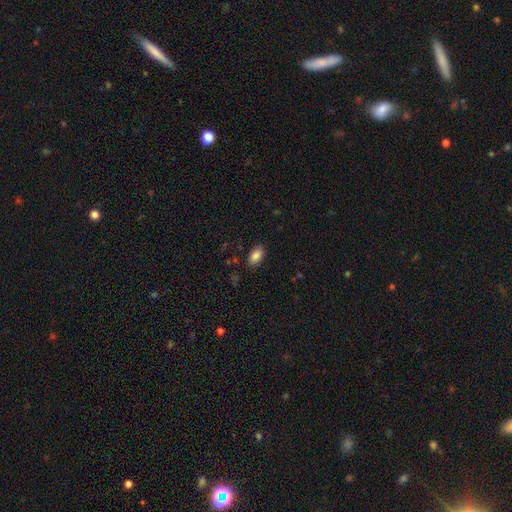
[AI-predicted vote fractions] This appears to be a smooth galaxy with no disk features (86%) that is in between round and cigar-shaped (93%). Merging: none (86%).